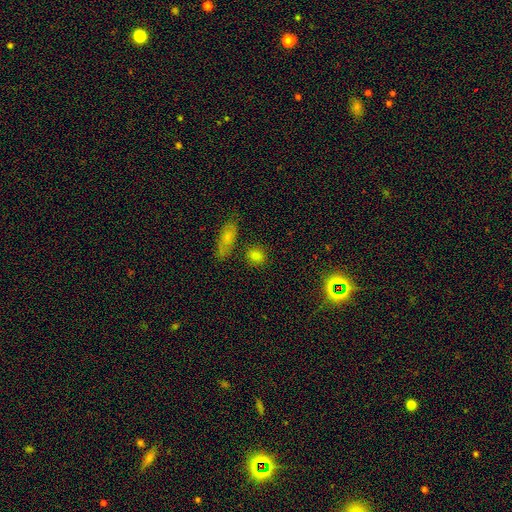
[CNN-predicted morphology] Smooth or featured: smooth — 79% (star or artifact — 14%)
How rounded: round — 64% (in between — 33%)
Merging: none — 81% (minor disturbance — 10%)